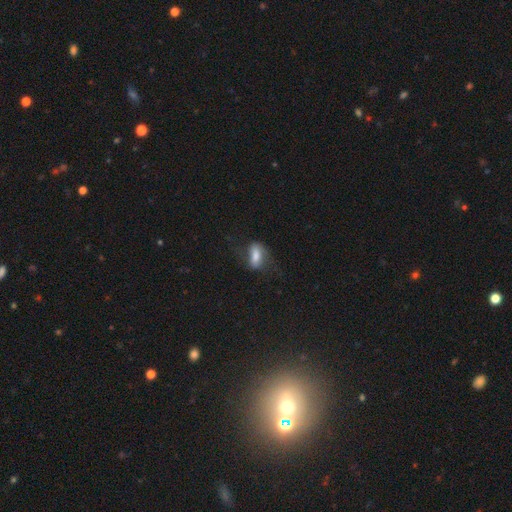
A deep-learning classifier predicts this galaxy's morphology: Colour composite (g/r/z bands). It shows a smooth galaxy with no disk features (68%) that is in between round and cigar-shaped (77%). Merging: none (57%).